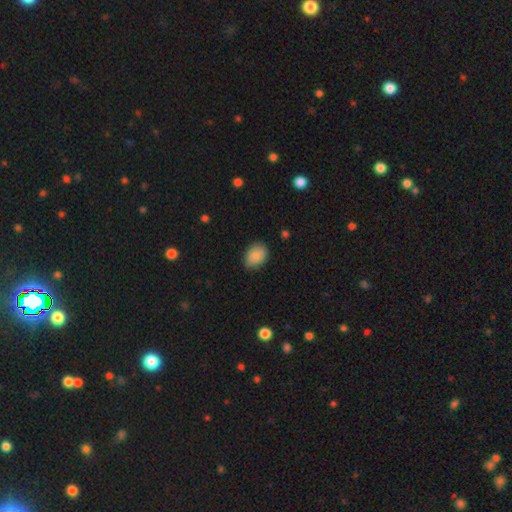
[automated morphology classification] smooth-or-featured: smooth: 86% | star or artifact: 8% | featured or disk: 6%
  how-rounded: in between: 70% | round: 29% | cigar-shaped: 1%
  merging: none: 74% | minor disturbance: 21% | major disturbance: 3% | merger: 1%